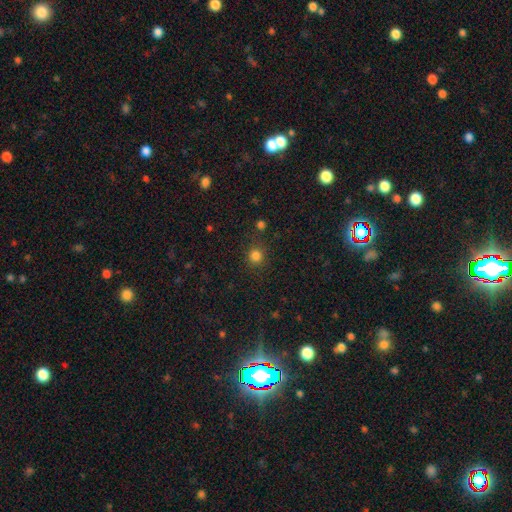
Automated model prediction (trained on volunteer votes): smooth-or-featured: smooth: 81% | star or artifact: 15% | featured or disk: 4%
  how-rounded: round: 90% | in between: 9% | cigar-shaped: 1%
  merging: none: 84% | minor disturbance: 9% | major disturbance: 4% | merger: 3%